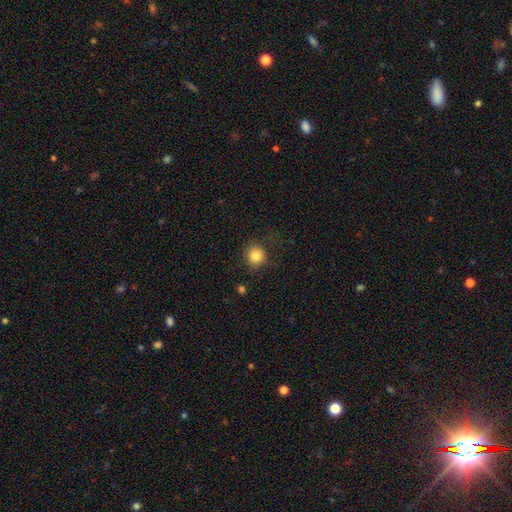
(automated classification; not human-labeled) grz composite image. It shows a smooth galaxy with no disk features (83%) that is round (89%). Merging: none (84%).